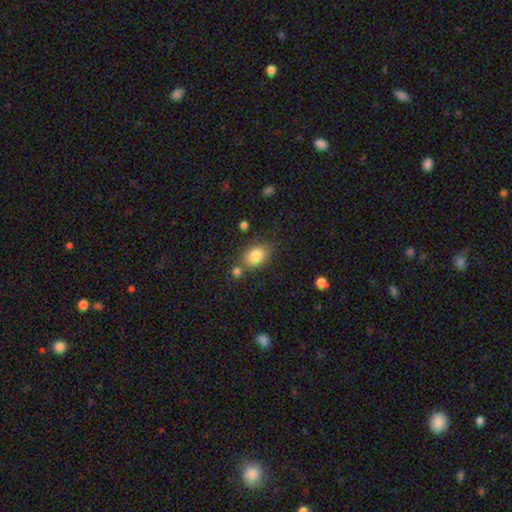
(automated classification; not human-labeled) Morphology: type=smooth (83%); roundness=in between (76%); merging=none (66%).